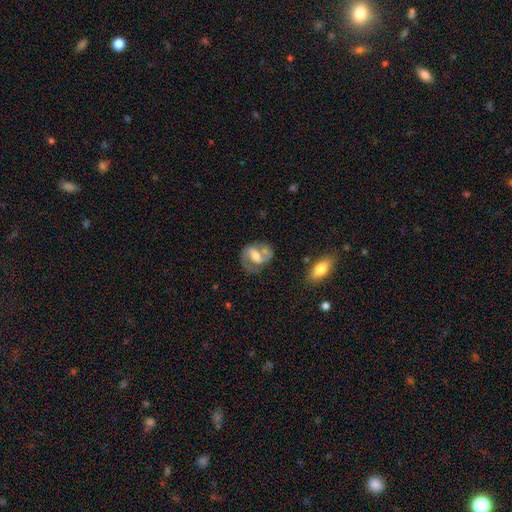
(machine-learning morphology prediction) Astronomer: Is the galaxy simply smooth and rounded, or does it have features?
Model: featured or disk — 74%.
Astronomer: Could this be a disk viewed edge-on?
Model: no — 97%.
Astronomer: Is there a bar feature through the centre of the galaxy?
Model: weak — 43% (runner-up: strong, 31%).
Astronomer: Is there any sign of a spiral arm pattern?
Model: yes — 86%.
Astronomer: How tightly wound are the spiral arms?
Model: medium — 52% (runner-up: loose, 28%).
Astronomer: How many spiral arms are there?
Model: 2 — 84%.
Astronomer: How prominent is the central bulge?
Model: moderate — 63%.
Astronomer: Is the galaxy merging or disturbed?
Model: none — 56%.